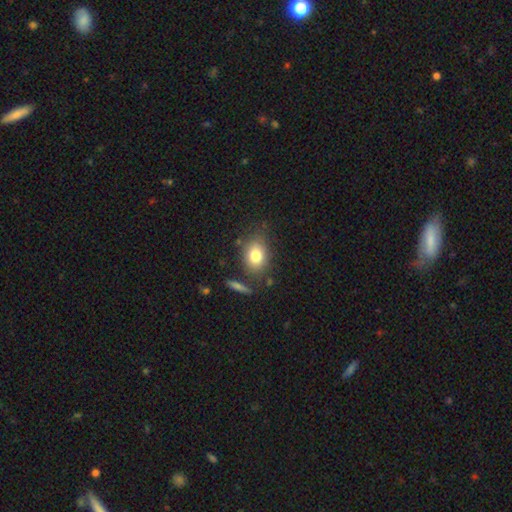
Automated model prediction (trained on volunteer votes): A smooth galaxy with no disk features (79%) that is in between round and cigar-shaped (66%). Merging: none (75%).